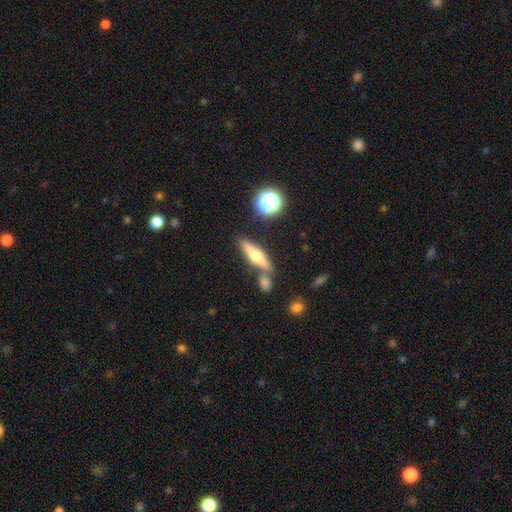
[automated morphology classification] smooth-or-featured: featured or disk: 48% | smooth: 44% | star or artifact: 8%
  merging: none: 68% | merger: 17% | minor disturbance: 11% | major disturbance: 4%